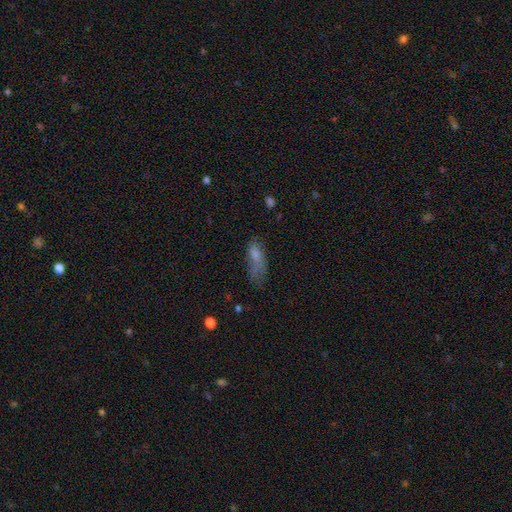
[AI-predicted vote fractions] A smooth galaxy with no disk features (69%) that is in between round and cigar-shaped (72%).

Vote fractions:
- Smooth or featured? smooth: 69% / featured or disk: 20% / star or artifact: 11%
- How rounded? in between: 72% / cigar-shaped: 25% / round: 3%
- Merging? none: 34% / major disturbance: 30% / minor disturbance: 30% / merger: 6%